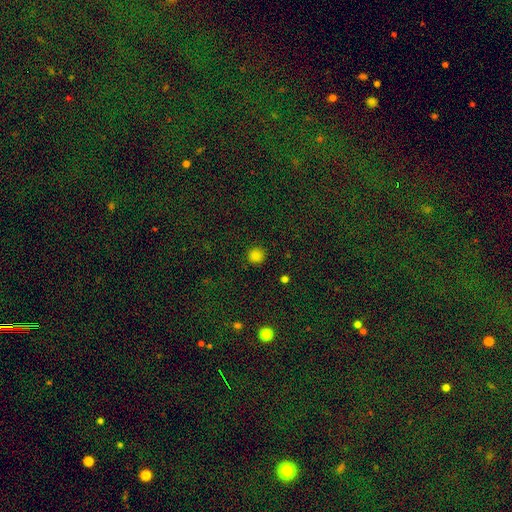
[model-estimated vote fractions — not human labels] smooth_or_featured: smooth (p=0.82) [alt: star or artifact p=0.15]
how_rounded: round (p=0.94) [alt: in between p=0.05]
merging: none (p=0.90) [alt: minor disturbance p=0.07]